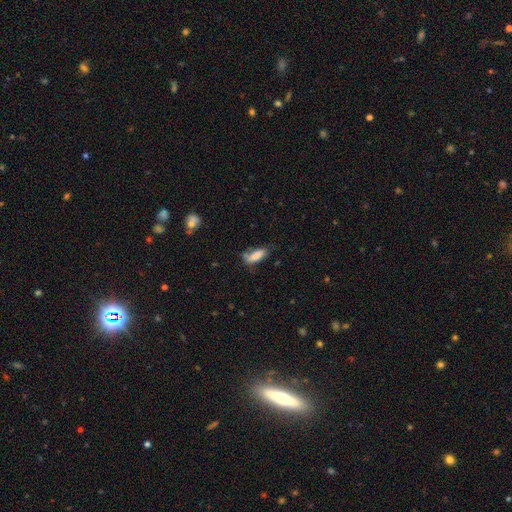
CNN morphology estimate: A smooth galaxy with no disk features (82%) that is in between round and cigar-shaped (72%). Merging: none (49%).